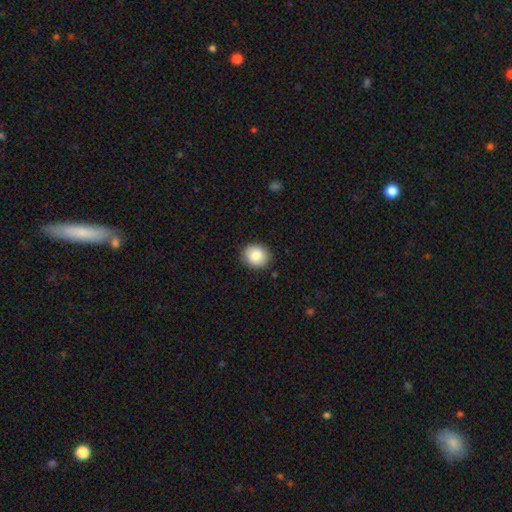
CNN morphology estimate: Smooth or featured? Predicted: smooth (p=0.84). How rounded? Predicted: round (p=0.76). Merging? Predicted: none (p=0.88).